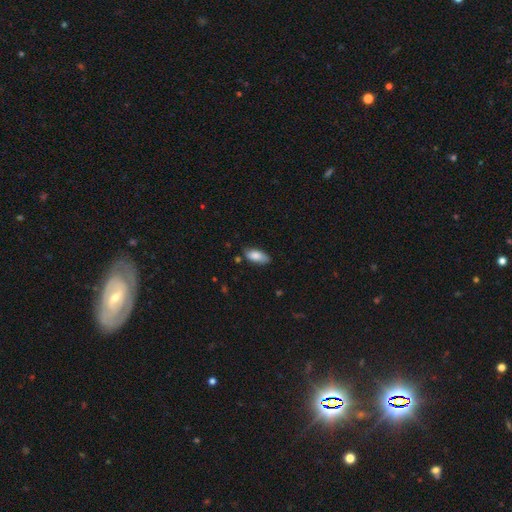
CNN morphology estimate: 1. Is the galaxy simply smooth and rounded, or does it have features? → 82% smooth, 12% featured or disk, 6% star or artifact.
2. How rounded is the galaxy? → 88% in between, 10% cigar-shaped, 2% round.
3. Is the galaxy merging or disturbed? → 69% none, 25% minor disturbance, 4% major disturbance, 2% merger.